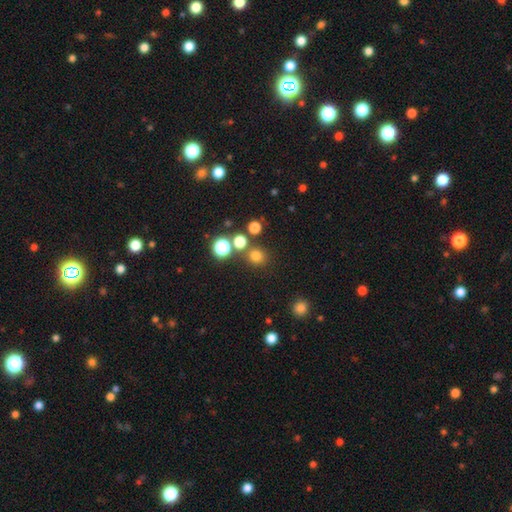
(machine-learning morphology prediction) Smooth or featured?
  - smooth: 74% *
  - star or artifact: 21%
  - featured or disk: 5%
How rounded?
  - round: 91% *
  - in between: 8%
  - cigar-shaped: 1%
Merging?
  - none: 78% *
  - merger: 11%
  - minor disturbance: 7%
  - major disturbance: 3%